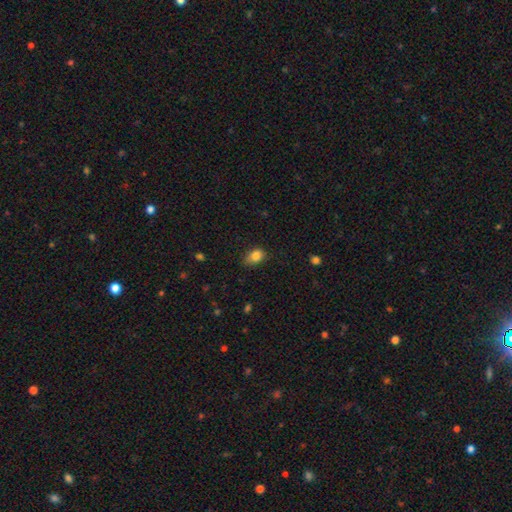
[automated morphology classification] This is clearly a smooth galaxy (84%). How rounded: likely in between (67%). Merging: likely none (65%).